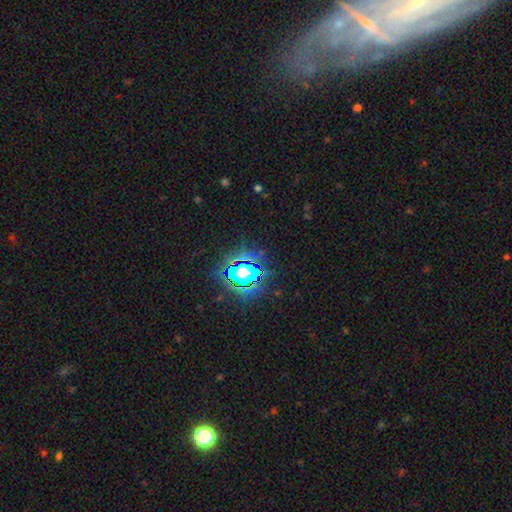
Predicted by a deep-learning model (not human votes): This is possibly a star or artifact rather than a galaxy (54%).